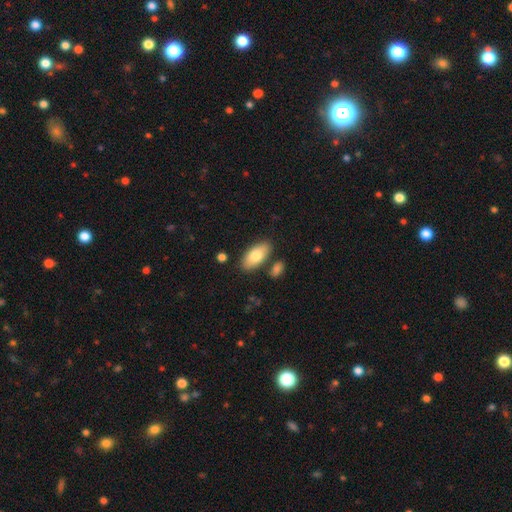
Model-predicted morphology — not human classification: Q: Smooth or featured?
A: smooth (79%); runner-up: featured or disk (15%)
Q: How rounded?
A: in between (91%); runner-up: cigar-shaped (7%)
Q: Merging?
A: none (81%); runner-up: minor disturbance (11%)